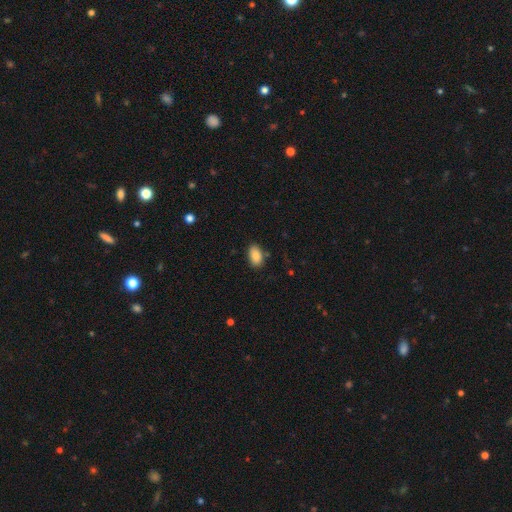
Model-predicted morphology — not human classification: type=smooth (88%); roundness=in between (92%); merging=none (82%).